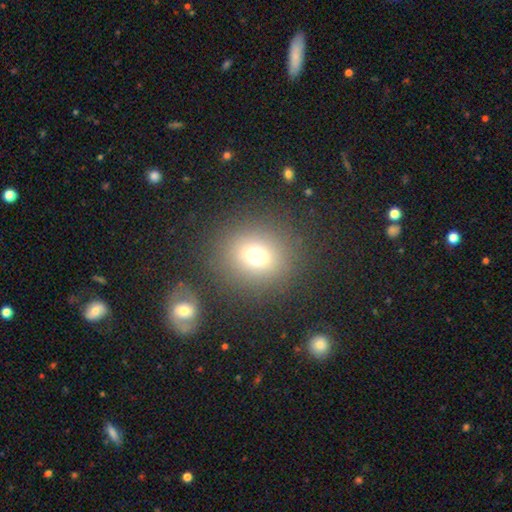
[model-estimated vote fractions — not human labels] Smooth or featured? smooth (70%)
How rounded? round (86%)
Merging? none (83%)